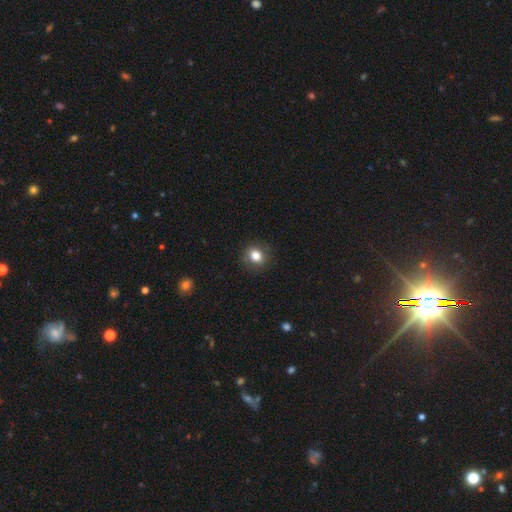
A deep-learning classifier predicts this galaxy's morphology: Smooth or featured? smooth (81%)
How rounded? round (72%)
Merging? none (87%)